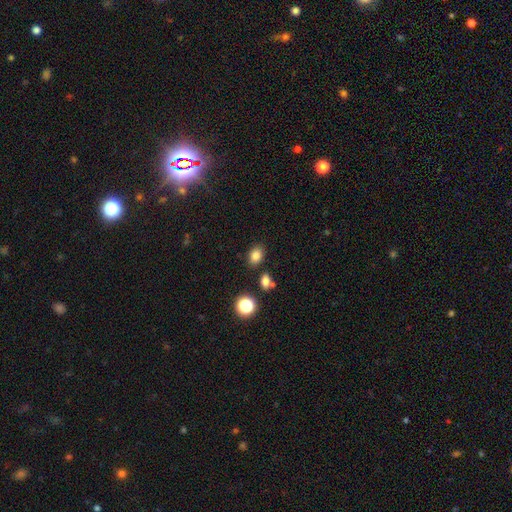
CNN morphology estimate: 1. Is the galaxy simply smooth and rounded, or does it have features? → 82% smooth, 12% star or artifact, 6% featured or disk.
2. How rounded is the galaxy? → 65% in between, 34% round, 1% cigar-shaped.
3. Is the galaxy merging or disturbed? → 82% none, 10% minor disturbance, 5% merger, 3% major disturbance.